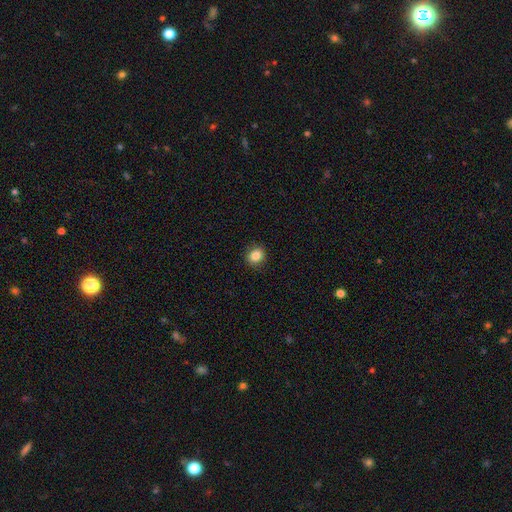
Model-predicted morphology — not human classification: Smooth or featured: smooth — 86% (star or artifact — 10%)
How rounded: round — 74% (in between — 25%)
Merging: none — 89% (minor disturbance — 8%)